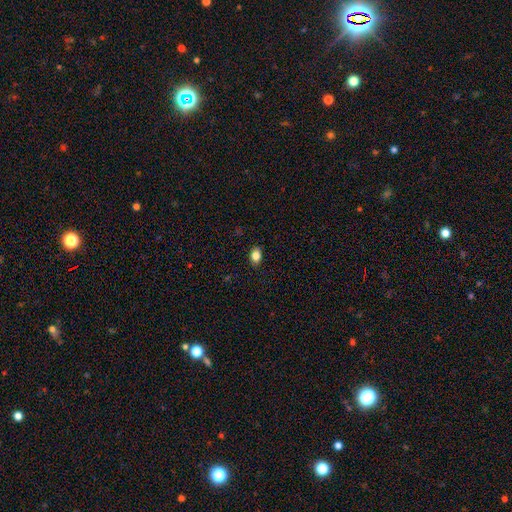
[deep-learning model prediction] smooth_or_featured: smooth (p=0.84) [alt: star or artifact p=0.10]
how_rounded: in between (p=0.75) [alt: round p=0.24]
merging: none (p=0.88) [alt: minor disturbance p=0.09]